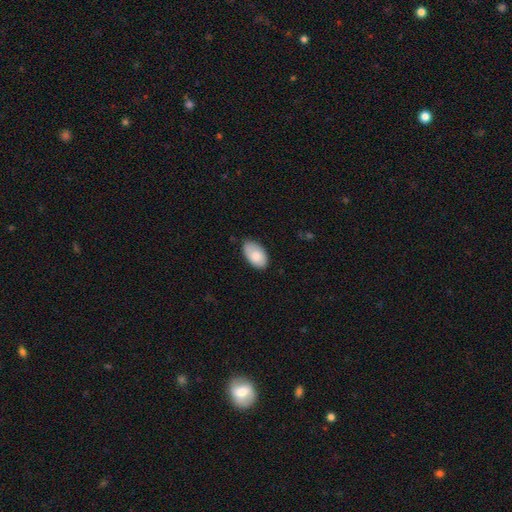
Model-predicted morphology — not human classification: Overall: smooth (84%). How rounded: in between (94%). Merging: none (74%).